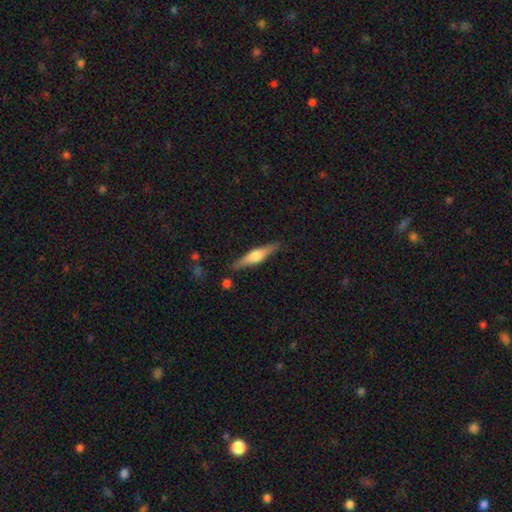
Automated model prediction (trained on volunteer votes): A featured or disk galaxy (62%) viewed edge-on (97%) with a rounded central bulge (87%). Merging: none (86%).